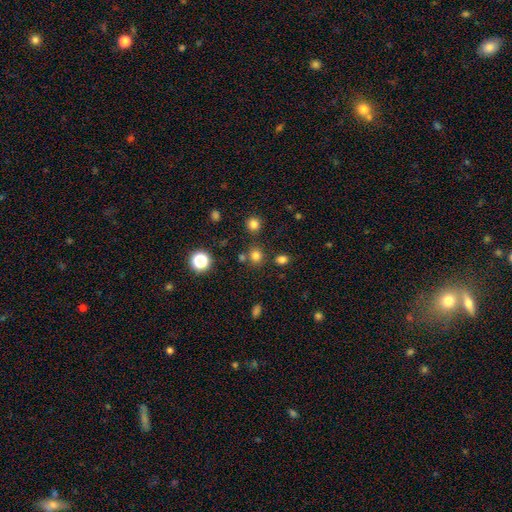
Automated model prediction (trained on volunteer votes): The model was most divided on "smooth or featured": smooth: 75%, star or artifact: 19%, featured or disk: 5%. More confident: how rounded — round (85%); merging — none (78%).